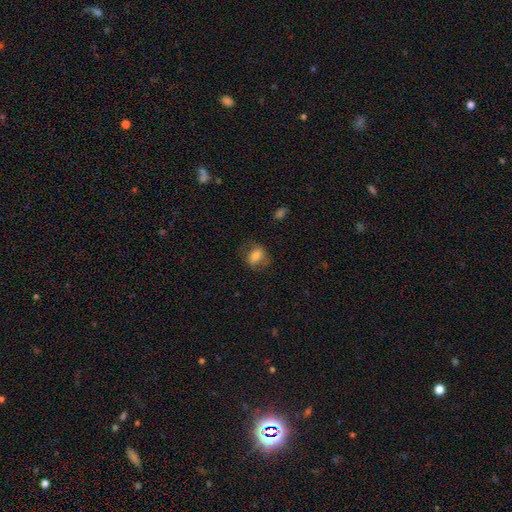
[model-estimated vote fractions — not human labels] This is likely a smooth galaxy (70%). How rounded: likely in between (69%). Merging: likely none (67%).